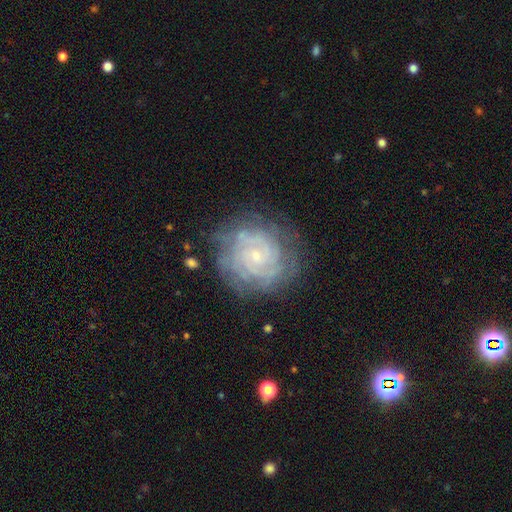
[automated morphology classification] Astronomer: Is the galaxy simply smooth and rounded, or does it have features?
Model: featured or disk — 80%.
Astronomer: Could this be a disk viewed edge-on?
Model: no — 98%.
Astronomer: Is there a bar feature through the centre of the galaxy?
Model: no — 75%.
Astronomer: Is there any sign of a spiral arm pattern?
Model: yes — 92%.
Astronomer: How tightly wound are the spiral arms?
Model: tight — 78%.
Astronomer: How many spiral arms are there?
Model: can't tell — 40% (runner-up: 2, 19%).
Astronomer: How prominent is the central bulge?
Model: small — 79%.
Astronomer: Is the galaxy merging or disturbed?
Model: none — 76%.